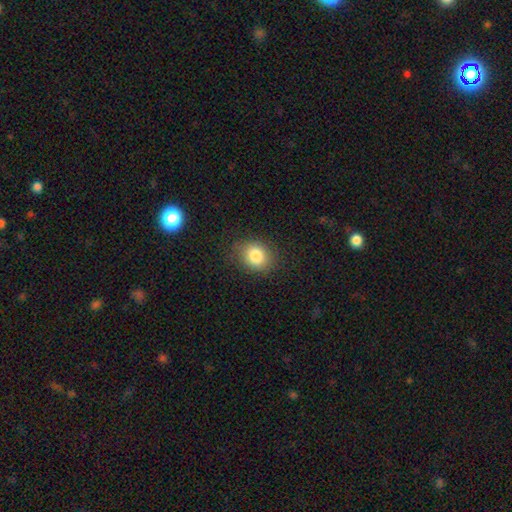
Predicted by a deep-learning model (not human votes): smooth_or_featured: smooth (p=0.83) [alt: star or artifact p=0.10]
how_rounded: round (p=0.59) [alt: in between p=0.40]
merging: none (p=0.83) [alt: minor disturbance p=0.12]